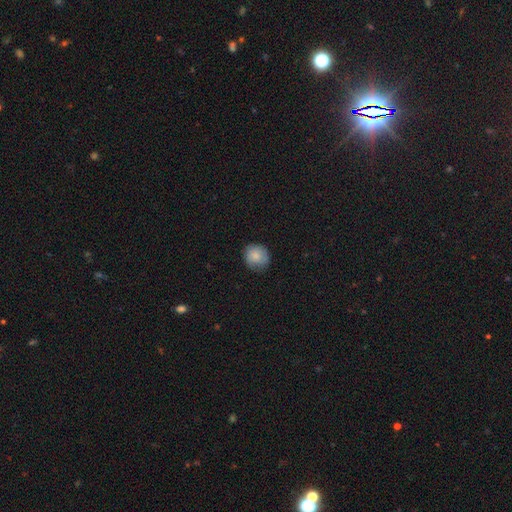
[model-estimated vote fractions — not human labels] smooth-or-featured: smooth: 83% | featured or disk: 9% | star or artifact: 7%
  how-rounded: round: 85% | in between: 14% | cigar-shaped: 1%
  merging: none: 76% | minor disturbance: 19% | major disturbance: 4% | merger: 1%